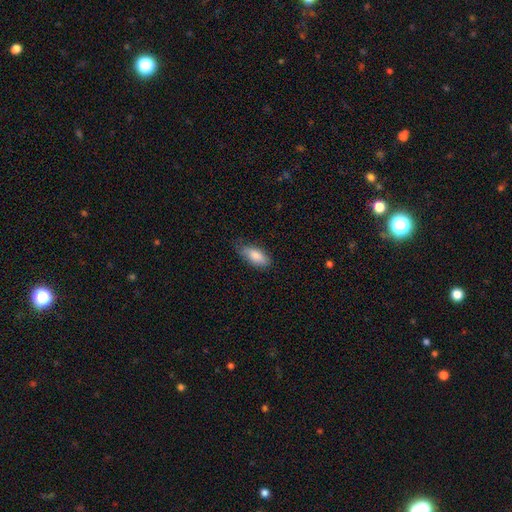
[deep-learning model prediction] Morphology: type=smooth (84%); roundness=in between (85%); merging=none (66%).